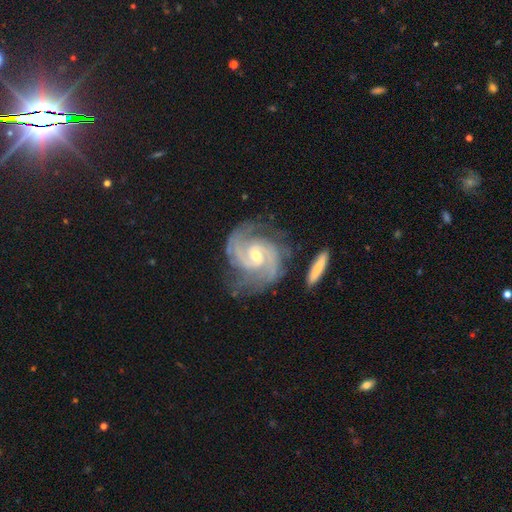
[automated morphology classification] The model was most divided on "bar": weak: 45%, no: 40%, strong: 15%. Remaining: spiral arms — yes (98%); edge-on disk — no (98%); smooth or featured — featured or disk (92%); merging — none (68%); spiral arm count — 2 (66%); bulge size — small (53%); spiral winding — medium (49%).